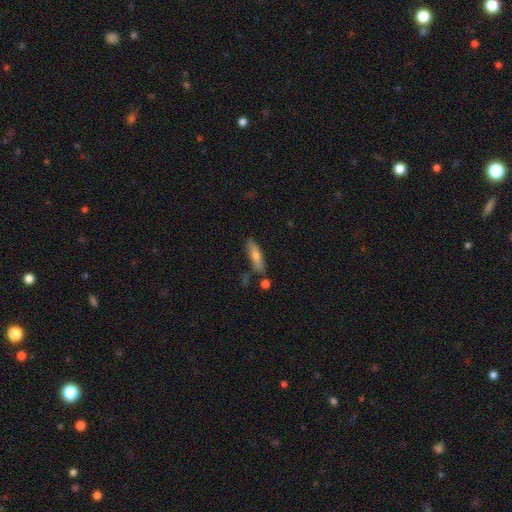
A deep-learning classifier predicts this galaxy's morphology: This appears to be a smooth galaxy with no disk features (56%) that is cigar-shaped (74%). Merging: none (76%).